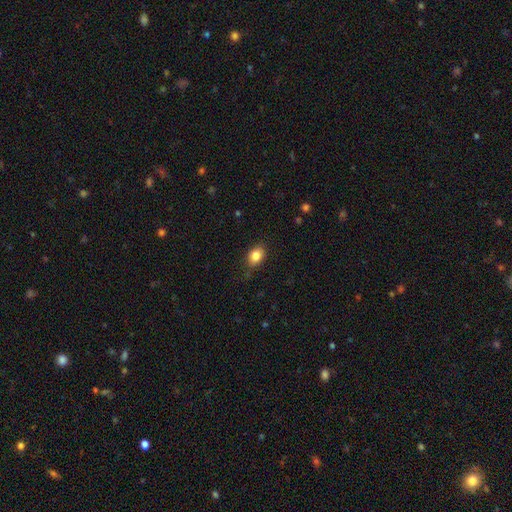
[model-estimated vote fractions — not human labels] Morphology: type=smooth (84%); roundness=in between (79%); merging=none (82%).